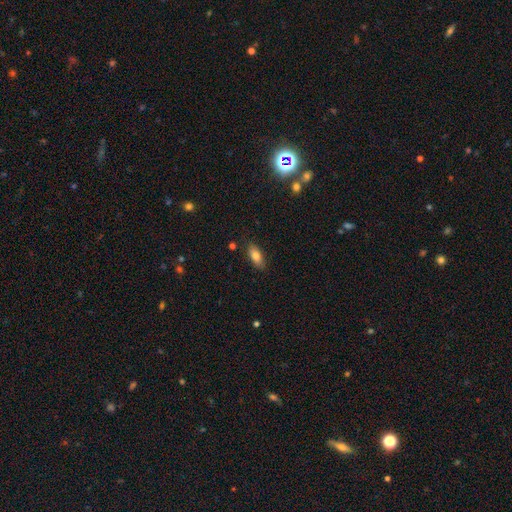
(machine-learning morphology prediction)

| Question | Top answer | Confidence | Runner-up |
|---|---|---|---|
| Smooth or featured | smooth | 79% | featured or disk (14%) |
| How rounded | in between | 84% | cigar-shaped (12%) |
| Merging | none | 84% | minor disturbance (12%) |